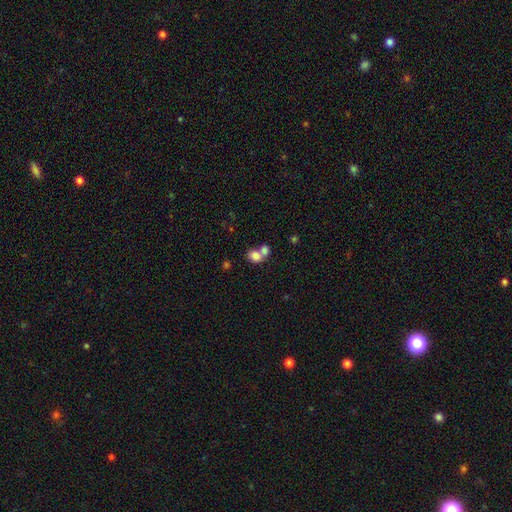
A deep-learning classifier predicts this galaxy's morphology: Smooth or featured: smooth — 78% (featured or disk — 12%)
How rounded: round — 52% (in between — 47%)
Merging: merger — 60% (none — 30%)